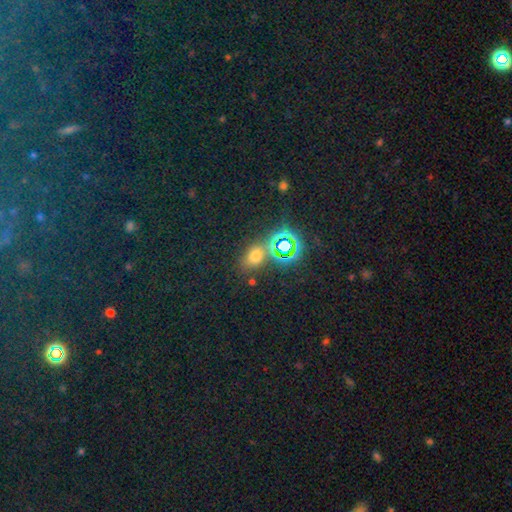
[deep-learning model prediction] This appears to be a smooth galaxy with no disk features (53%) that is in between round and cigar-shaped (63%). Merging: none (74%).